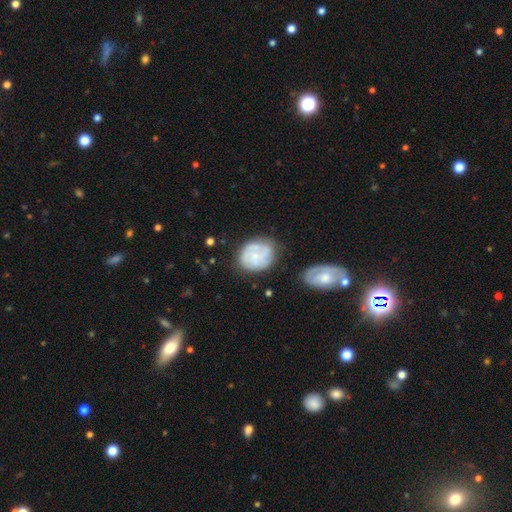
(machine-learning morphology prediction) type=featured or disk (57%); edge-on=no (98%); bar=no (77%); spiral arms=yes (76%); bulge=small (65%); merging=none (62%).